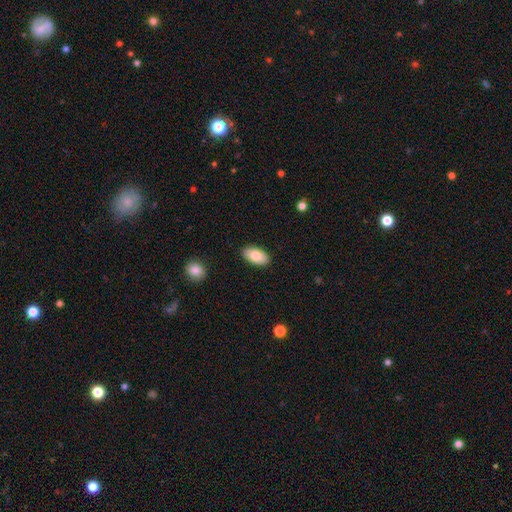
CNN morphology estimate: Smooth or featured?
  - smooth: 82% *
  - featured or disk: 11%
  - star or artifact: 6%
How rounded?
  - in between: 95% *
  - round: 3%
  - cigar-shaped: 2%
Merging?
  - none: 89% *
  - minor disturbance: 8%
  - major disturbance: 2%
  - merger: 1%